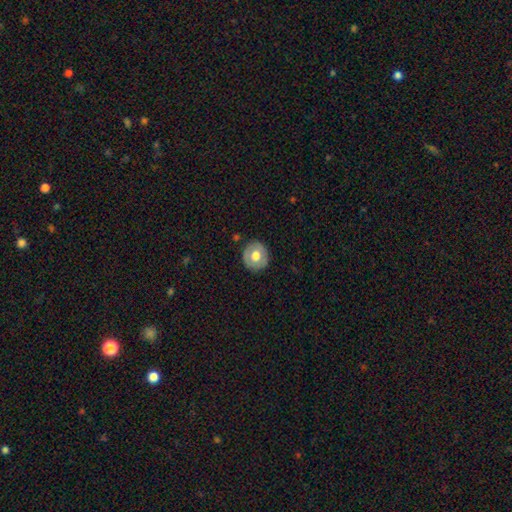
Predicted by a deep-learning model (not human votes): The model was most divided on "smooth or featured": smooth: 58%, featured or disk: 36%, star or artifact: 7%. More confident: merging — none (85%); how rounded — round (82%).